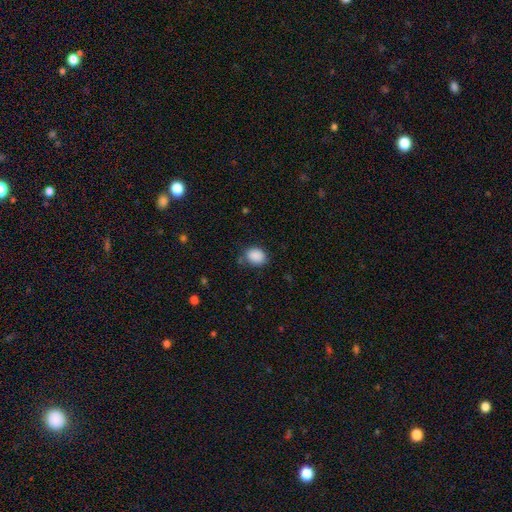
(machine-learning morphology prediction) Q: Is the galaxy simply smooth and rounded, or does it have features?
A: smooth — 88%.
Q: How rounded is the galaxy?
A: in between — 53%.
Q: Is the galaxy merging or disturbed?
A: none — 74%.